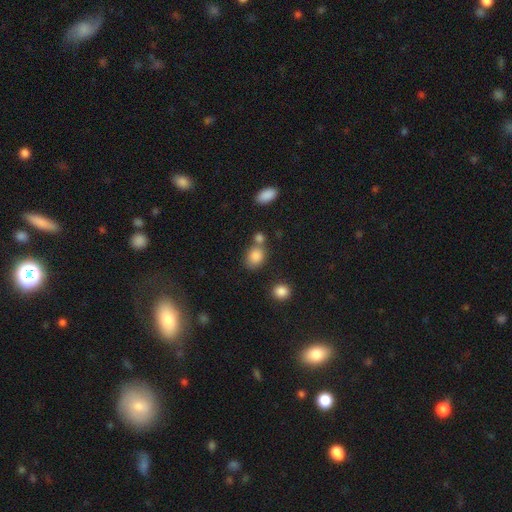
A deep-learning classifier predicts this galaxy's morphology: Overall: smooth (85%). How rounded: in between (50%; round 48%). Merging: none (54%; merger 28%).